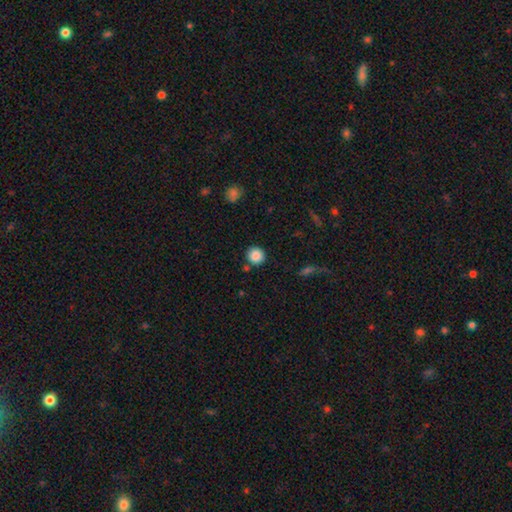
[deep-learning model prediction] Smooth or featured? smooth (87%)
How rounded? round (92%)
Merging? none (82%)